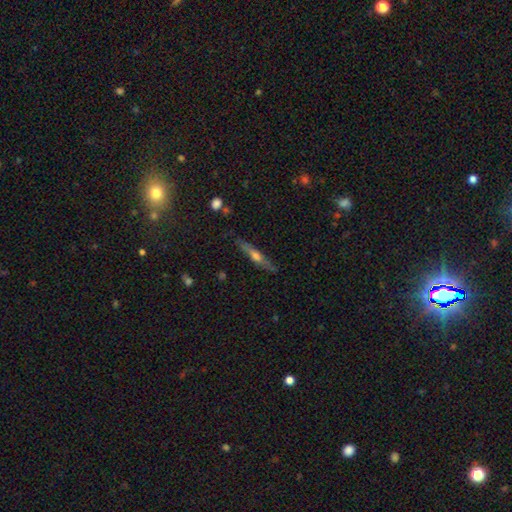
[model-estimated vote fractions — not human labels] Smooth or featured? Predicted: featured or disk (p=0.58). Edge-on disk? Predicted: yes (p=0.94). Edge-on bulge? Predicted: rounded (p=0.83). Merging? Predicted: none (p=0.83).